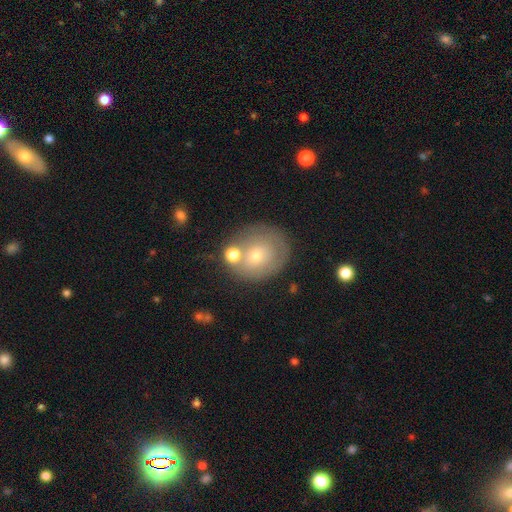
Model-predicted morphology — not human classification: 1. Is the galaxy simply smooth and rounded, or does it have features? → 56% smooth, 33% featured or disk, 10% star or artifact.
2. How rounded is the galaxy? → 71% round, 28% in between, 1% cigar-shaped.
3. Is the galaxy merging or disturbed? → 63% none, 17% minor disturbance, 13% merger, 7% major disturbance.